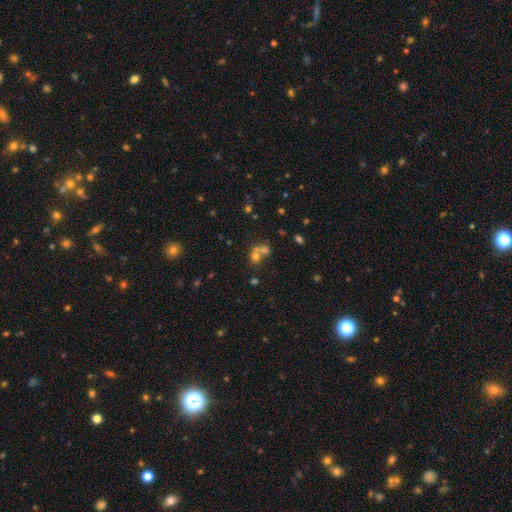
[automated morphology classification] Smooth or featured?
  - smooth: 58% *
  - star or artifact: 22%
  - featured or disk: 20%
How rounded?
  - round: 65% *
  - in between: 34%
  - cigar-shaped: 2%
Merging?
  - merger: 59% *
  - none: 29%
  - minor disturbance: 6%
  - major disturbance: 5%